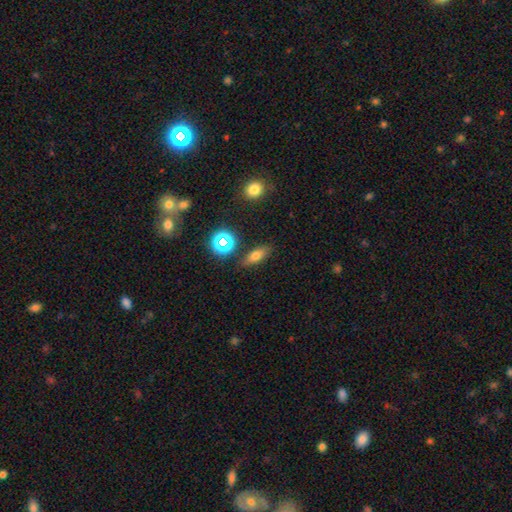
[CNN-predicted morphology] smooth 68%, featured or disk 17%, star or artifact 15%. Down the decision tree: how rounded — in between (65%); merging — none (84%).